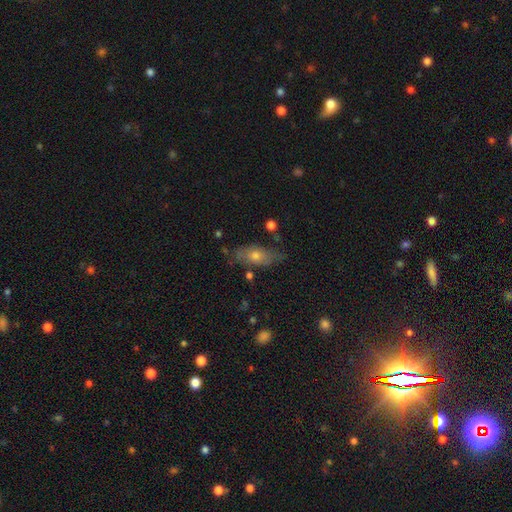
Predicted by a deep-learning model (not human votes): Smooth or featured? smooth (54%)
How rounded? in between (74%)
Merging? none (69%)